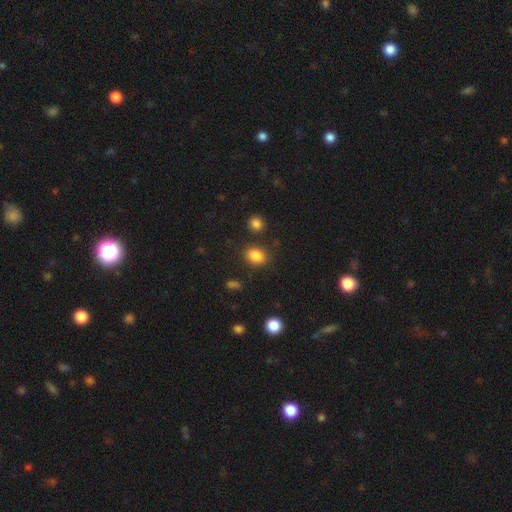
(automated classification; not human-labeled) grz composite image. It shows a smooth galaxy with no disk features (85%) that is in between round and cigar-shaped (62%). Merging: none (81%).